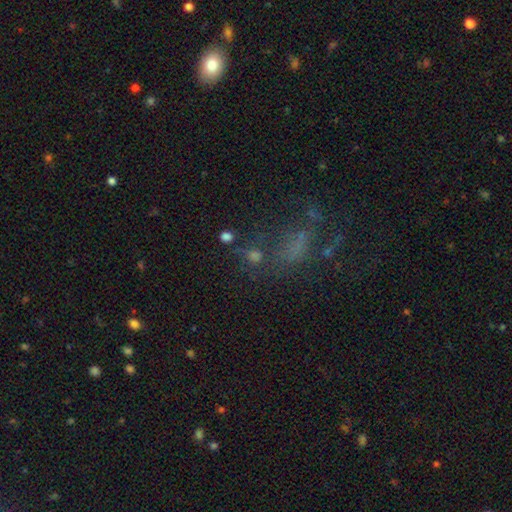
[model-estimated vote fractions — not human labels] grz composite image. It shows a smooth galaxy with no disk features (39%). Merging: none (46%).